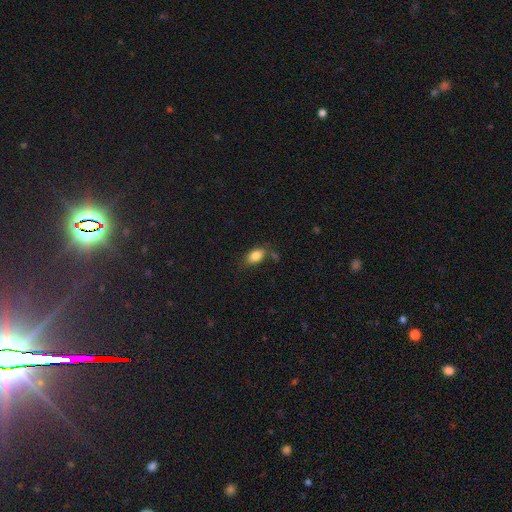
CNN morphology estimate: Smooth or featured? Predicted: smooth (p=0.84). How rounded? Predicted: in between (p=0.88). Merging? Predicted: none (p=0.69).